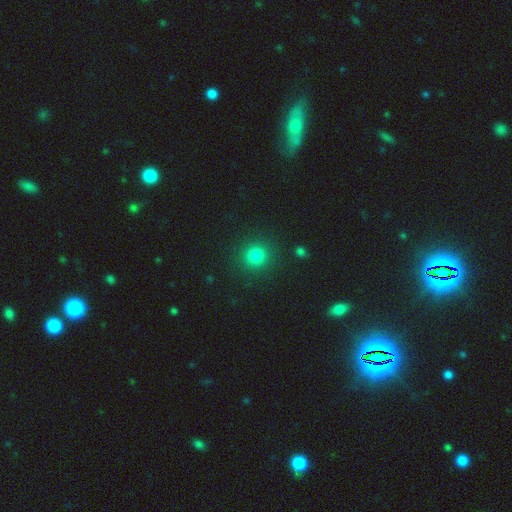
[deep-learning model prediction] A smooth galaxy with no disk features (81%) that is round (91%). Merging: none (89%).